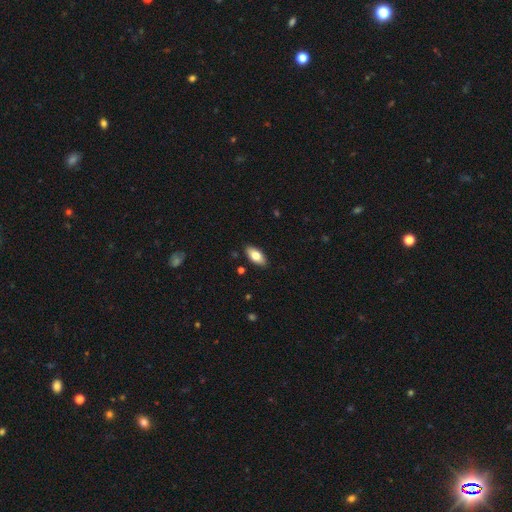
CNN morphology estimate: smooth-or-featured: smooth: 76% | featured or disk: 17% | star or artifact: 6%
  how-rounded: in between: 89% | cigar-shaped: 8% | round: 3%
  merging: none: 88% | minor disturbance: 9% | major disturbance: 2% | merger: 1%